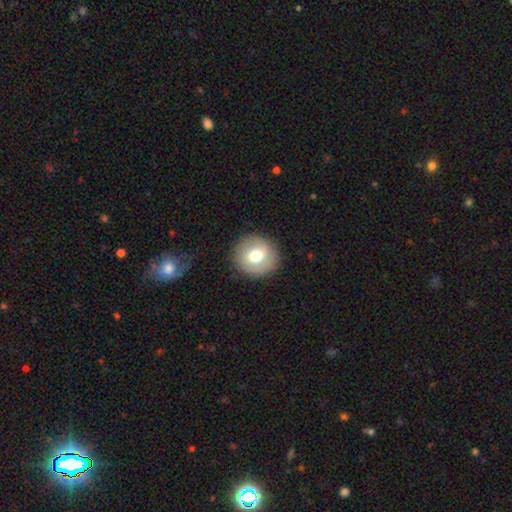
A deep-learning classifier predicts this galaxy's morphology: Smooth or featured? Predicted: smooth (p=0.69). How rounded? Predicted: round (p=0.92). Merging? Predicted: none (p=0.88).